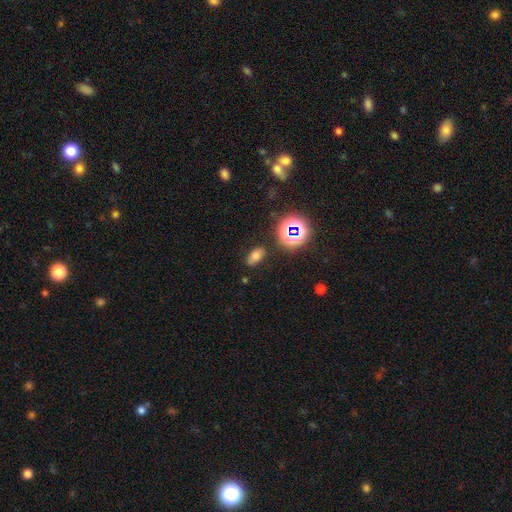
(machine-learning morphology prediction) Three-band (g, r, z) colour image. It shows a smooth galaxy with no disk features (64%) that is in between round and cigar-shaped (84%). Merging: none (83%).